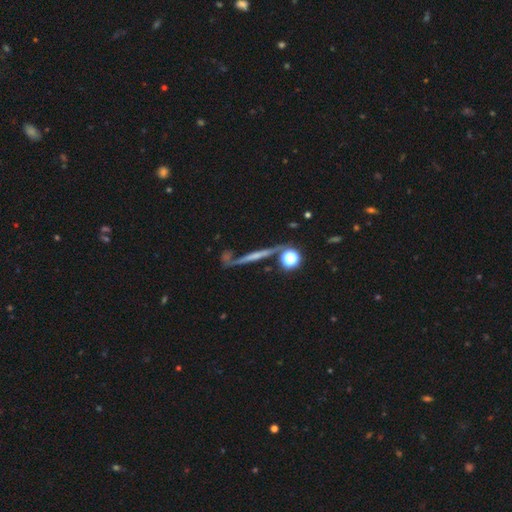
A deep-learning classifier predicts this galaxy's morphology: A featured or disk galaxy (66%) viewed edge-on (76%).

Vote fractions:
- Smooth or featured? featured or disk: 66% / smooth: 21% / star or artifact: 13%
- Edge-on disk? yes: 76% / no: 24%
- Merging? none: 63% / minor disturbance: 16% / merger: 11% / major disturbance: 10%